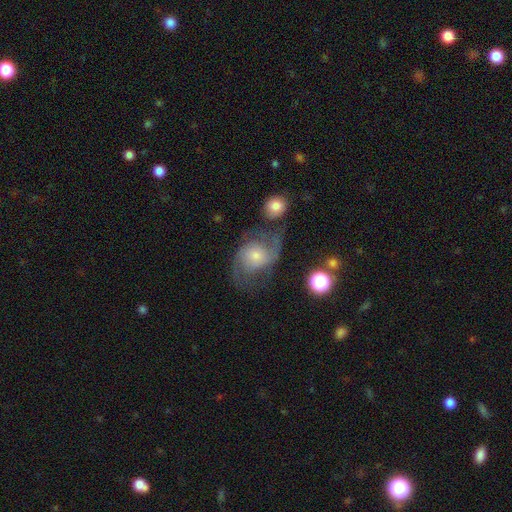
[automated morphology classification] The model was most divided on "bulge size": small: 50%, moderate: 38%, large: 7%, none: 4%, dominant: 2%. More confident: edge-on disk — no (97%); spiral arms — yes (94%); spiral arm count — 2 (85%); smooth or featured — featured or disk (78%); bar — no (68%); merging — none (54%); spiral winding — medium (50%).